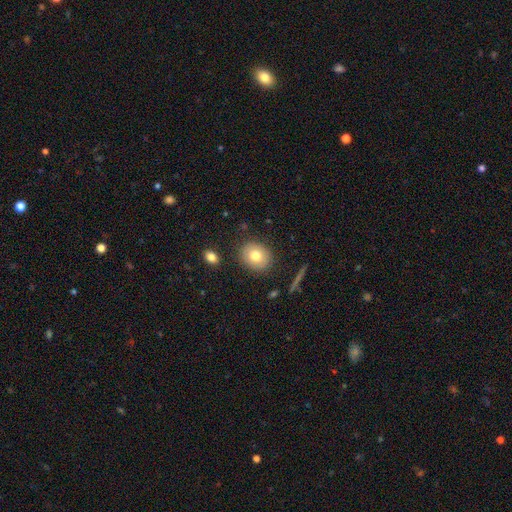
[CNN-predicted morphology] Smooth or featured?
  - smooth: 77% *
  - featured or disk: 15%
  - star or artifact: 9%
How rounded?
  - round: 68% *
  - in between: 31%
  - cigar-shaped: 1%
Merging?
  - none: 86% *
  - minor disturbance: 9%
  - major disturbance: 3%
  - merger: 2%